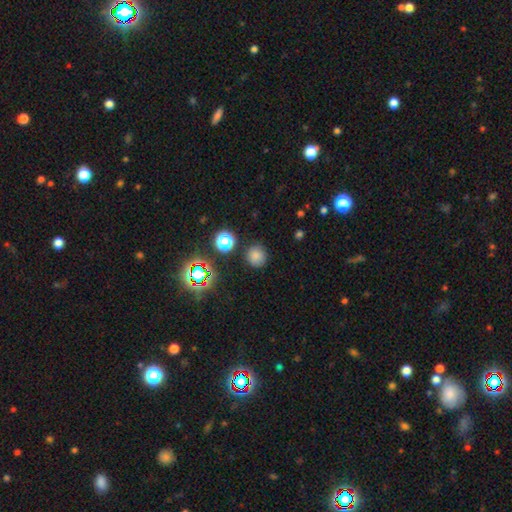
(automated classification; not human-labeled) smooth-or-featured: smooth: 75% | star or artifact: 19% | featured or disk: 6%
  how-rounded: round: 87% | in between: 12% | cigar-shaped: 1%
  merging: none: 82% | minor disturbance: 11% | major disturbance: 4% | merger: 3%